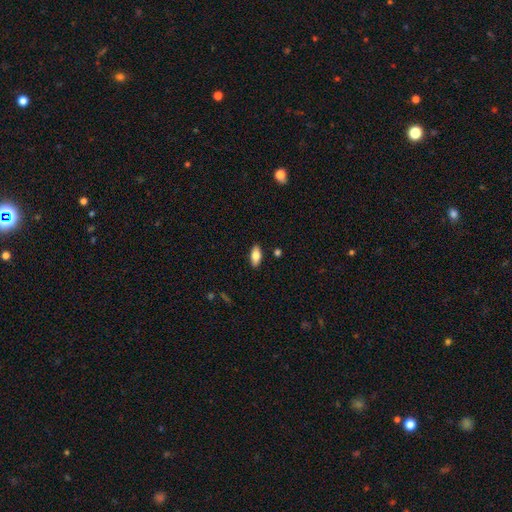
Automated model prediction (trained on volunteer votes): This is likely a smooth galaxy (75%). How rounded: clearly in between (85%). Merging: clearly none (88%).